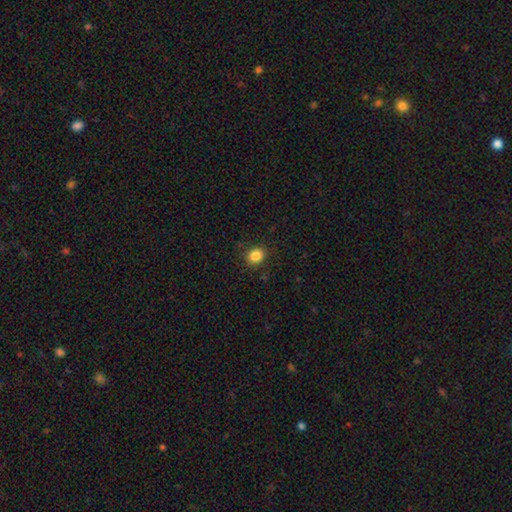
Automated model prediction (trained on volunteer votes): Morphology: type=smooth (84%); roundness=round (70%); merging=none (89%).